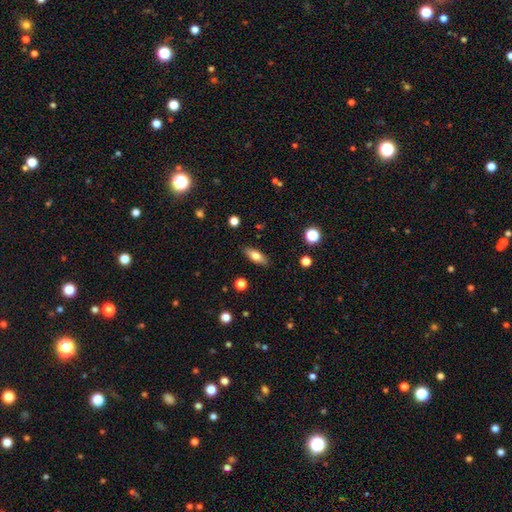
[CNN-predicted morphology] smooth_or_featured: smooth (p=0.71) [alt: featured or disk p=0.21]
how_rounded: in between (p=0.71) [alt: cigar-shaped p=0.25]
merging: none (p=0.87) [alt: minor disturbance p=0.09]